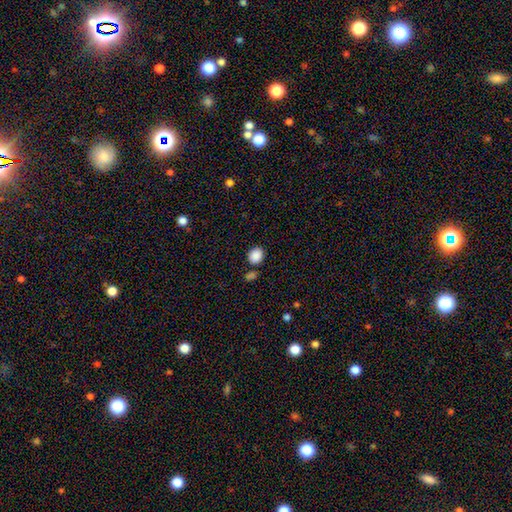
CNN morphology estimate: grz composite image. It shows a smooth galaxy with no disk features (88%) that is round (67%). Merging: none (81%).